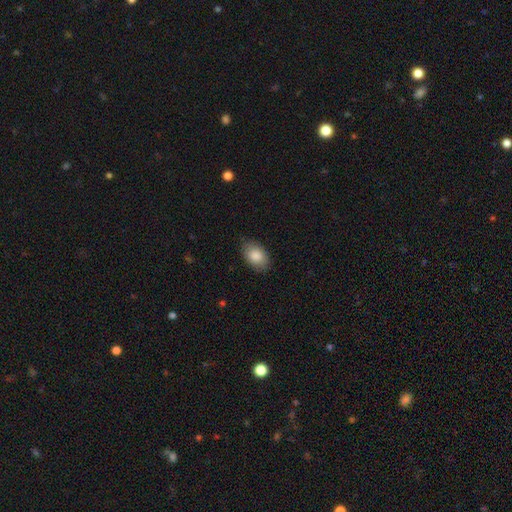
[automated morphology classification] A smooth galaxy with no disk features (86%) that is in between round and cigar-shaped (89%).

Vote fractions:
- Smooth or featured? smooth: 86% / featured or disk: 7% / star or artifact: 7%
- How rounded? in between: 89% / round: 10% / cigar-shaped: 1%
- Merging? none: 82% / minor disturbance: 14% / major disturbance: 3% / merger: 1%